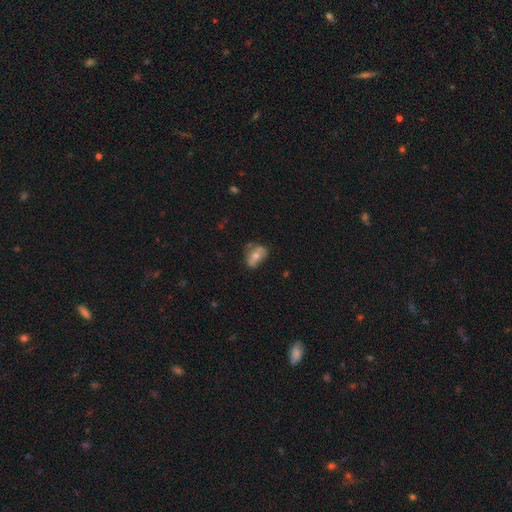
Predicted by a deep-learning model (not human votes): Smooth or featured?
  - smooth: 48% *
  - featured or disk: 43%
  - star or artifact: 10%
Merging?
  - none: 53% *
  - minor disturbance: 30%
  - major disturbance: 13%
  - merger: 5%